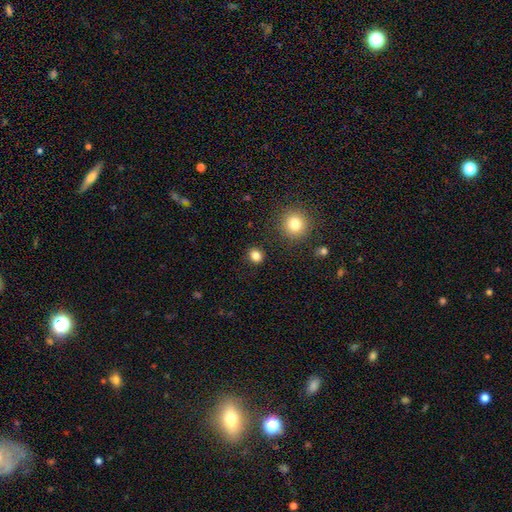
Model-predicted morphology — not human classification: Smooth or featured?
  - smooth: 83% *
  - star or artifact: 12%
  - featured or disk: 4%
How rounded?
  - round: 72% *
  - in between: 27%
  - cigar-shaped: 1%
Merging?
  - none: 88% *
  - minor disturbance: 7%
  - major disturbance: 3%
  - merger: 2%